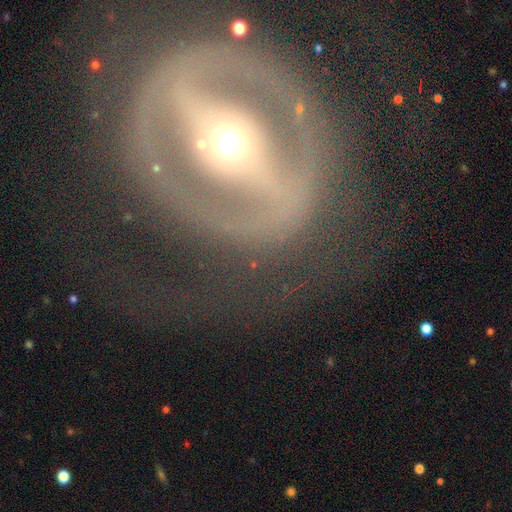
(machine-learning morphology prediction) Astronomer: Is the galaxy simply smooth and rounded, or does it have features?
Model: featured or disk — 83%.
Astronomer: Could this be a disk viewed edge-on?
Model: no — 91%.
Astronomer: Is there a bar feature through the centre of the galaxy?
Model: strong — 74%.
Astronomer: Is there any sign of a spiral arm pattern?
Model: no — 51% (runner-up: yes, 49%).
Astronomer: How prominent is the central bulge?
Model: moderate — 62%.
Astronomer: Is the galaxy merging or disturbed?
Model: none — 69%.